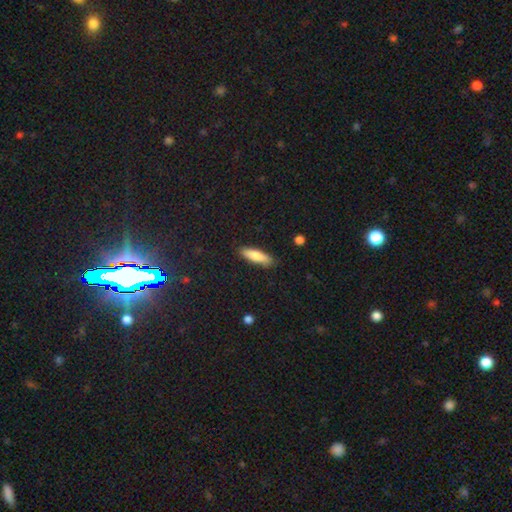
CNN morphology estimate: Smooth or featured: smooth — 79% (featured or disk — 15%)
How rounded: cigar-shaped — 58% (in between — 40%)
Merging: none — 85% (minor disturbance — 11%)